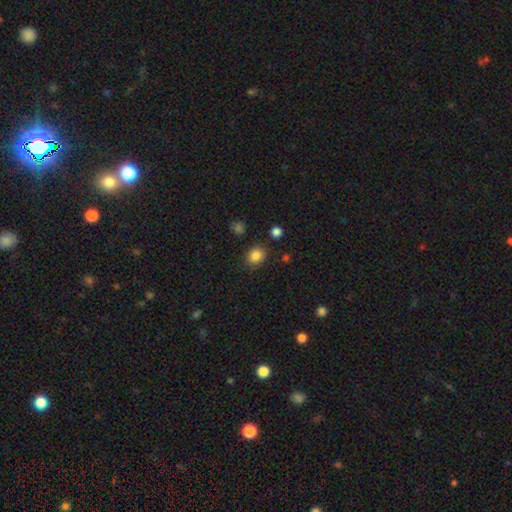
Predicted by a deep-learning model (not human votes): Overall: smooth (84%). How rounded: round (66%; in between 33%). Merging: none (85%).